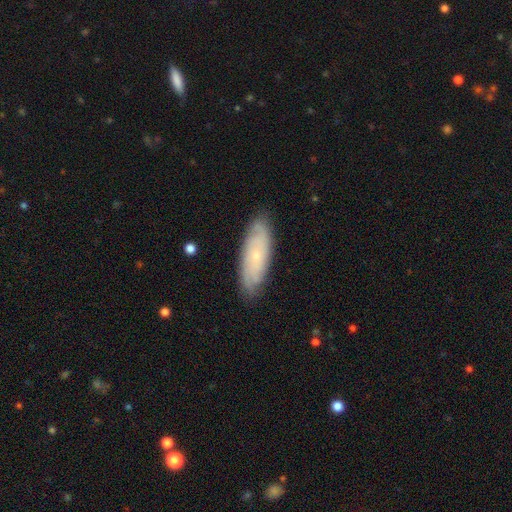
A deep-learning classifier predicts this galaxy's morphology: This appears to be a featured or disk galaxy (57%). Merging: none (83%).